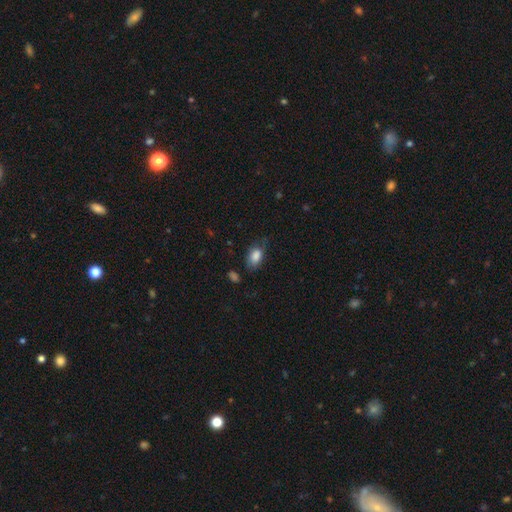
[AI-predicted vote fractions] smooth-or-featured: smooth: 85% | star or artifact: 8% | featured or disk: 7%
  how-rounded: in between: 88% | round: 10% | cigar-shaped: 2%
  merging: none: 59% | minor disturbance: 29% | major disturbance: 9% | merger: 3%